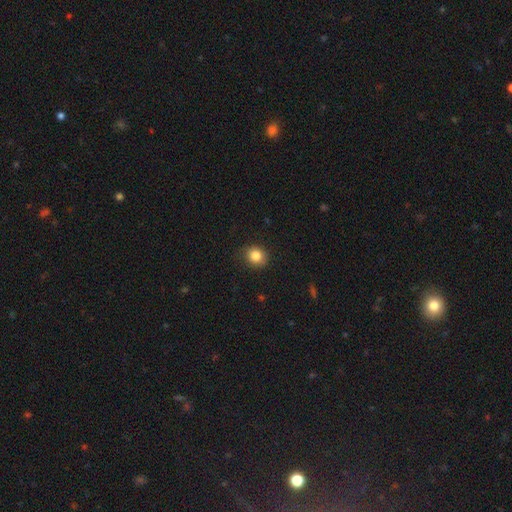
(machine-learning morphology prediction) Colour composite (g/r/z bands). It shows a smooth galaxy with no disk features (85%) that is round (77%). Merging: none (84%).